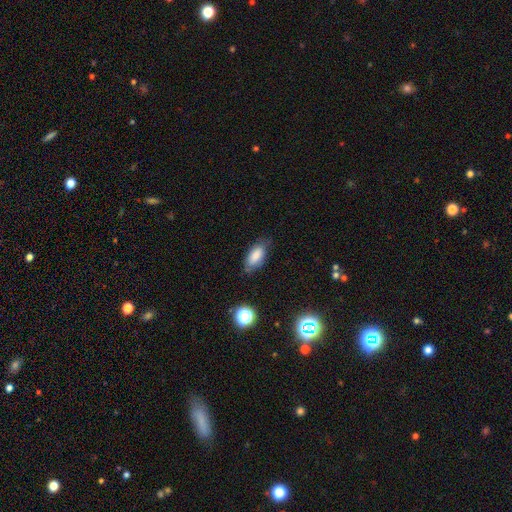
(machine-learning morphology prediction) smooth_or_featured: smooth (p=0.82) [alt: featured or disk p=0.10]
how_rounded: in between (p=0.88) [alt: cigar-shaped p=0.09]
merging: none (p=0.70) [alt: minor disturbance p=0.23]